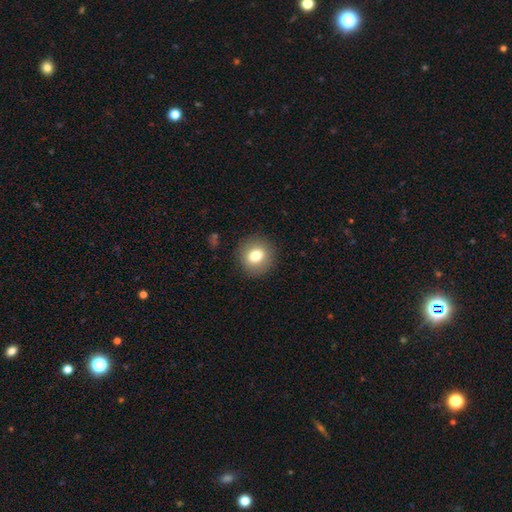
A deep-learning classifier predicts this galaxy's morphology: Smooth or featured: smooth — 76% (featured or disk — 14%)
How rounded: round — 84% (in between — 15%)
Merging: none — 89% (minor disturbance — 7%)